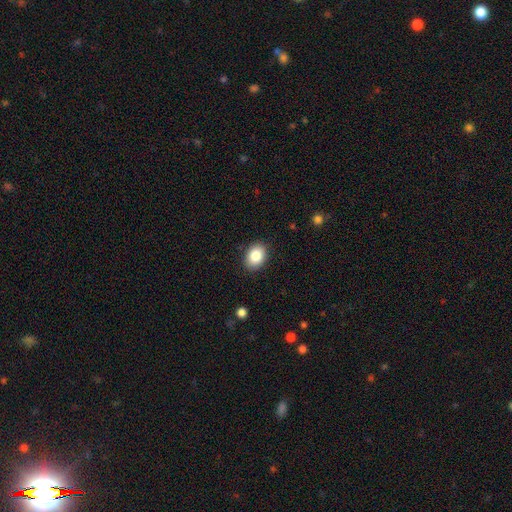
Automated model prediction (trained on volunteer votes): A smooth galaxy with no disk features (86%) that is in between round and cigar-shaped (76%).

Vote fractions:
- Smooth or featured? smooth: 86% / star or artifact: 8% / featured or disk: 6%
- How rounded? in between: 76% / round: 23% / cigar-shaped: 1%
- Merging? none: 88% / minor disturbance: 9% / major disturbance: 2% / merger: 1%